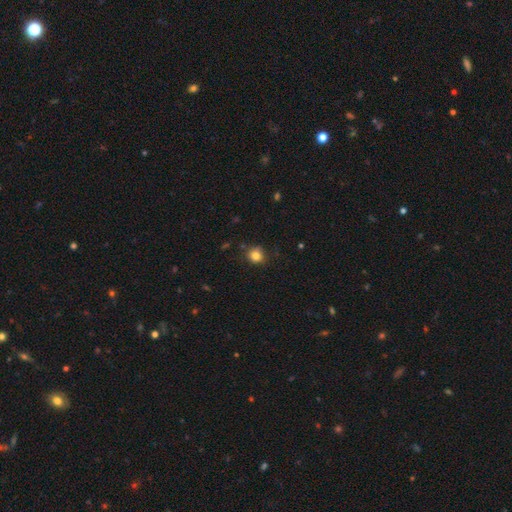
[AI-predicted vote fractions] A smooth galaxy with no disk features (83%) that is round (86%). Merging: none (81%).